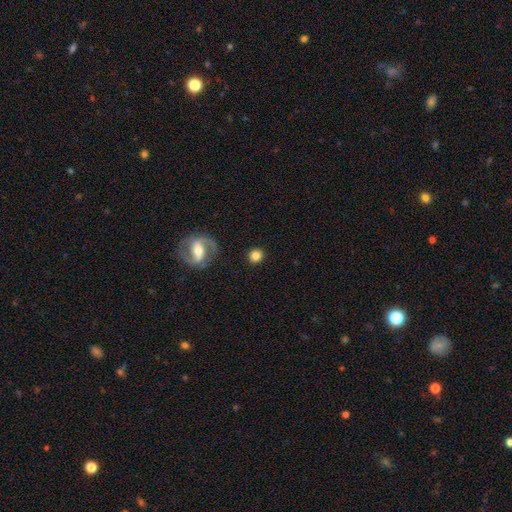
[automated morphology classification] A smooth galaxy with no disk features (76%) that is round (91%). Merging: none (88%).